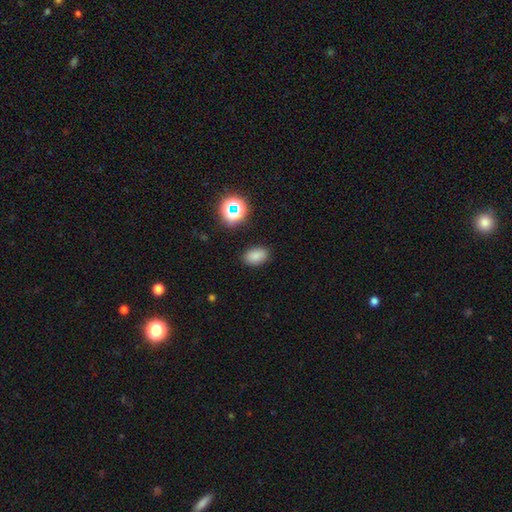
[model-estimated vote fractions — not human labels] A smooth galaxy with no disk features (80%) that is in between round and cigar-shaped (86%). Merging: none (86%).